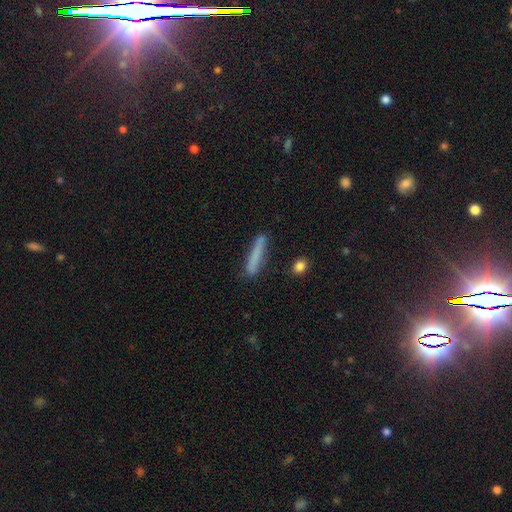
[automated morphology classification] smooth-or-featured: smooth: 77% | featured or disk: 16% | star or artifact: 7%
  how-rounded: cigar-shaped: 94% | in between: 4% | round: 1%
  merging: none: 84% | minor disturbance: 11% | merger: 2% | major disturbance: 2%